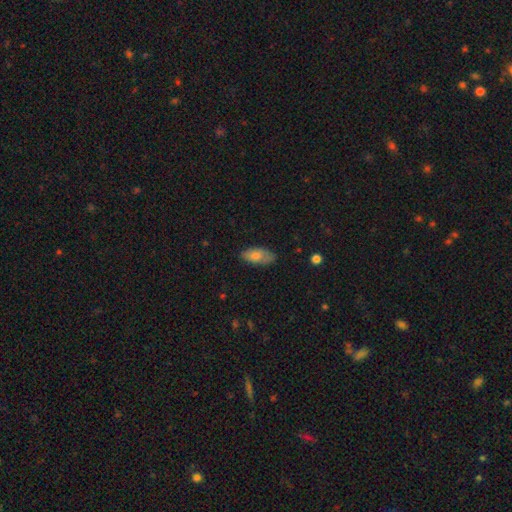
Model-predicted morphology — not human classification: Smooth or featured?
  - smooth: 76% *
  - featured or disk: 17%
  - star or artifact: 7%
How rounded?
  - in between: 89% *
  - cigar-shaped: 8%
  - round: 3%
Merging?
  - none: 71% *
  - minor disturbance: 23%
  - major disturbance: 5%
  - merger: 2%